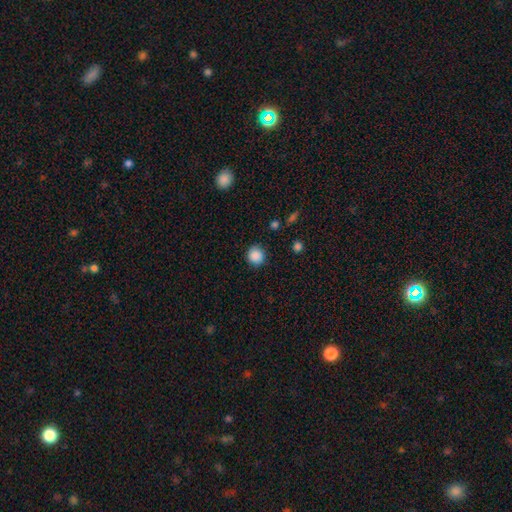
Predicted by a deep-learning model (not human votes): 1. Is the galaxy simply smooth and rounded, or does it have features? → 87% smooth, 10% star or artifact, 3% featured or disk.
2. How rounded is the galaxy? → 90% round, 9% in between, 1% cigar-shaped.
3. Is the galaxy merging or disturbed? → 85% none, 11% minor disturbance, 3% major disturbance, 2% merger.